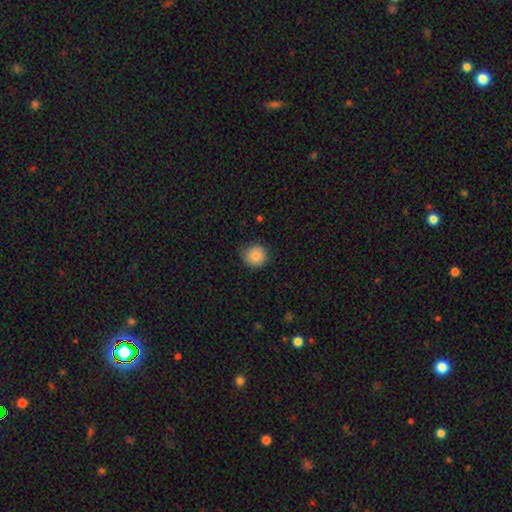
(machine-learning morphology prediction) smooth 86%, star or artifact 9%, featured or disk 5%. Down the decision tree: how rounded — round (90%); merging — none (82%).